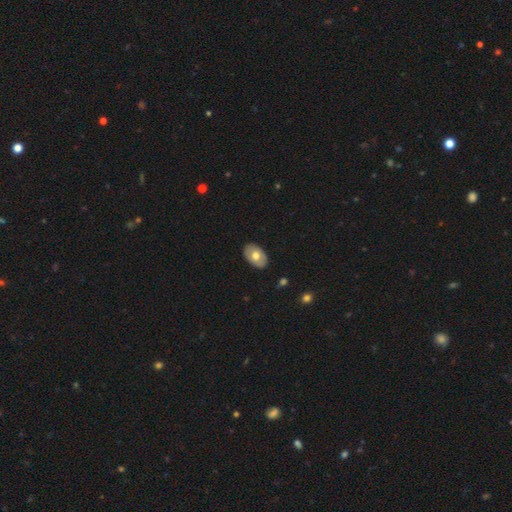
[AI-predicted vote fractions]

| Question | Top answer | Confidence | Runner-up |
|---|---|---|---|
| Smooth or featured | smooth | 61% | featured or disk (34%) |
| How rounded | in between | 89% | round (10%) |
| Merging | none | 87% | minor disturbance (10%) |